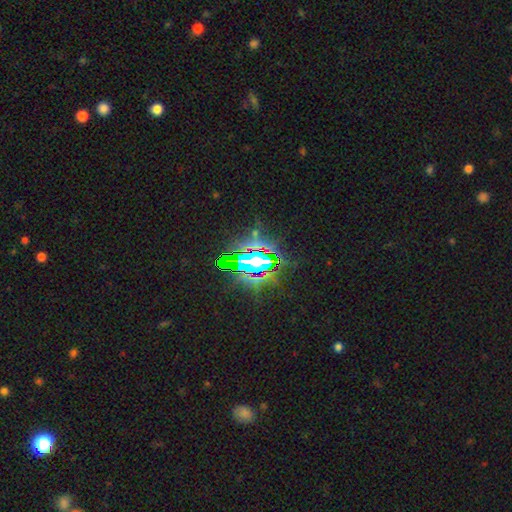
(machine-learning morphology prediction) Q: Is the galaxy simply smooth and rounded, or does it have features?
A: star or artifact — 80%.